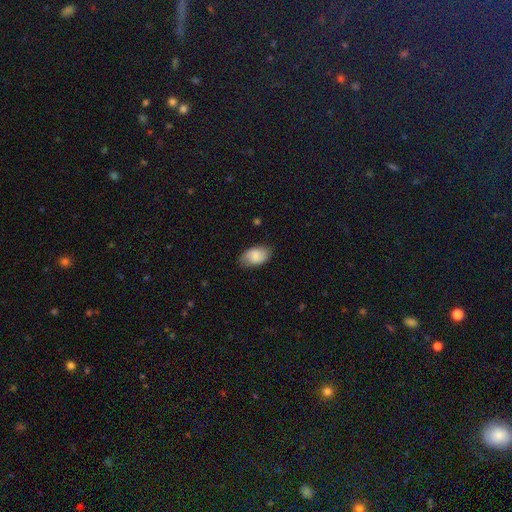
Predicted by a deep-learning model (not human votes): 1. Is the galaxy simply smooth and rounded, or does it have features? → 81% smooth, 13% featured or disk, 7% star or artifact.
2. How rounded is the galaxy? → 92% in between, 6% round, 1% cigar-shaped.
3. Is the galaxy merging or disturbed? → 77% none, 18% minor disturbance, 4% major disturbance, 1% merger.